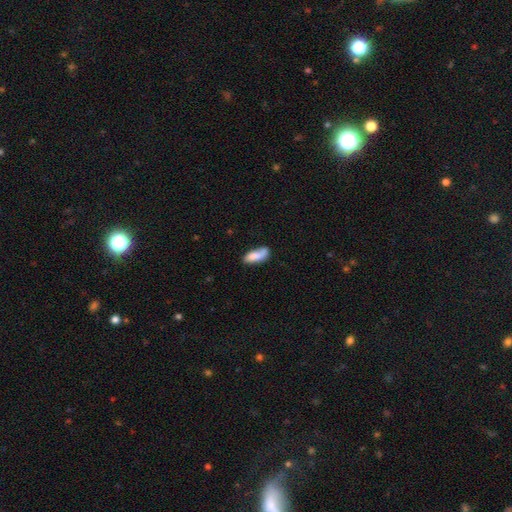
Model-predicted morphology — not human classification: type=smooth (76%); roundness=in between (69%); merging=none (51%).